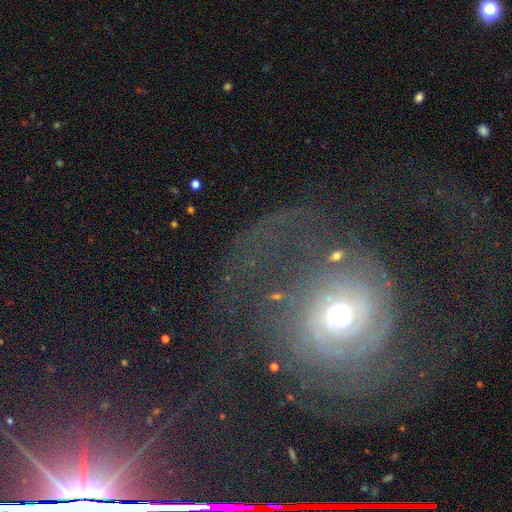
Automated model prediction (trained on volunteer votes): Smooth or featured: featured or disk — 68% (smooth — 18%)
Edge-on disk: no — 96% (yes — 4%)
Bar: no — 75% (weak — 18%)
Spiral arms: yes — 77% (no — 23%)
Spiral winding: tight — 43% (medium — 31%)
Spiral arm count: 2 — 33% (can't tell — 31%)
Bulge size: moderate — 67% (small — 18%)
Merging: none — 44% (major disturbance — 39%)